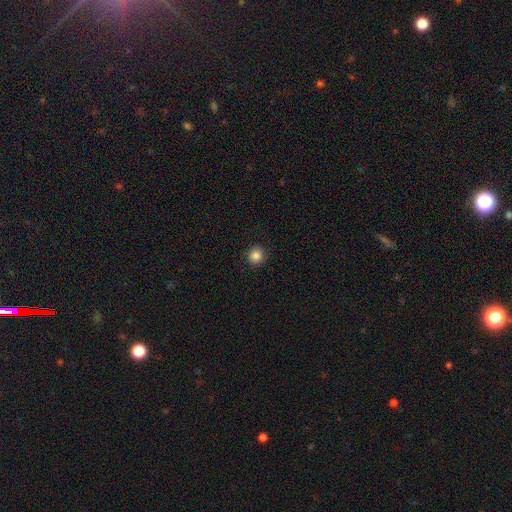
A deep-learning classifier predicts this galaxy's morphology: Q: Smooth or featured?
A: smooth (84%); runner-up: star or artifact (11%)
Q: How rounded?
A: round (92%); runner-up: in between (7%)
Q: Merging?
A: none (89%); runner-up: minor disturbance (8%)